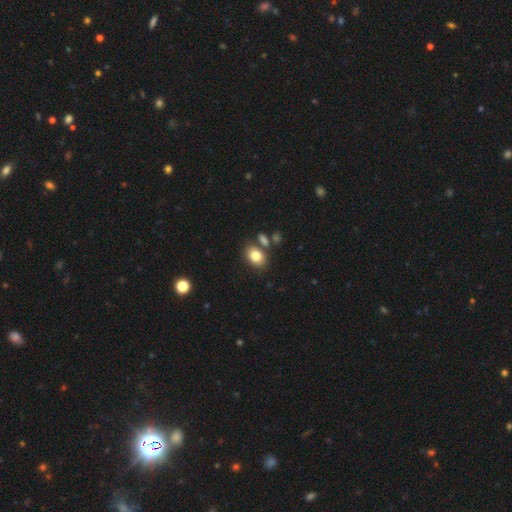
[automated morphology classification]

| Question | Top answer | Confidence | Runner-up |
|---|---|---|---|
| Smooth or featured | smooth | 81% | star or artifact (10%) |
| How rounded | in between | 72% | round (27%) |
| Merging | none | 70% | merger (14%) |